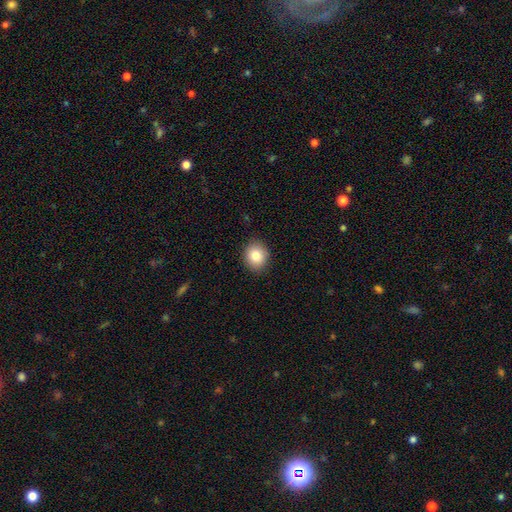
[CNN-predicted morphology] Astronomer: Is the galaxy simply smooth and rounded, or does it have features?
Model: smooth — 82%.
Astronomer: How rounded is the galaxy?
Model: round — 72%.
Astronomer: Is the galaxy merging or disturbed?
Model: none — 89%.